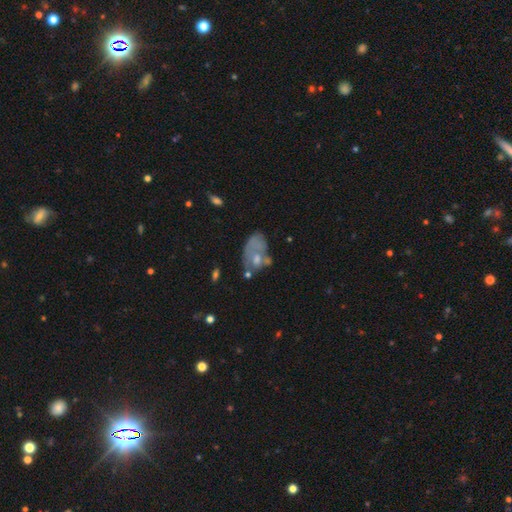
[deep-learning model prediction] A smooth galaxy with no disk features (45%).

Vote fractions:
- Smooth or featured? smooth: 45% / featured or disk: 43% / star or artifact: 12%
- Merging? none: 31% / major disturbance: 26% / minor disturbance: 26% / merger: 17%